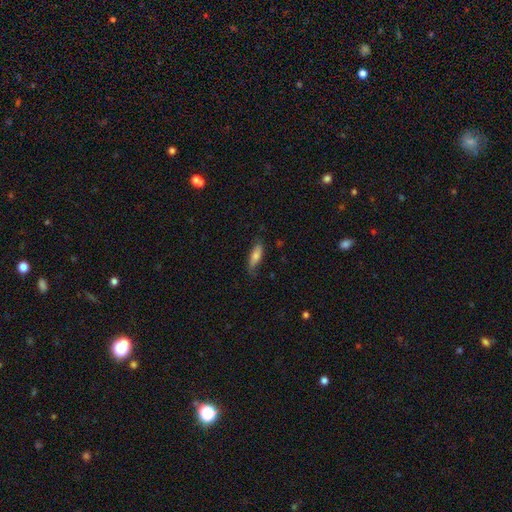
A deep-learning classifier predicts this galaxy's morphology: A smooth galaxy with no disk features (70%) that is in between round and cigar-shaped (54%).

Vote fractions:
- Smooth or featured? smooth: 70% / featured or disk: 23% / star or artifact: 7%
- How rounded? in between: 54% / cigar-shaped: 44% / round: 2%
- Merging? none: 74% / minor disturbance: 20% / major disturbance: 4% / merger: 1%